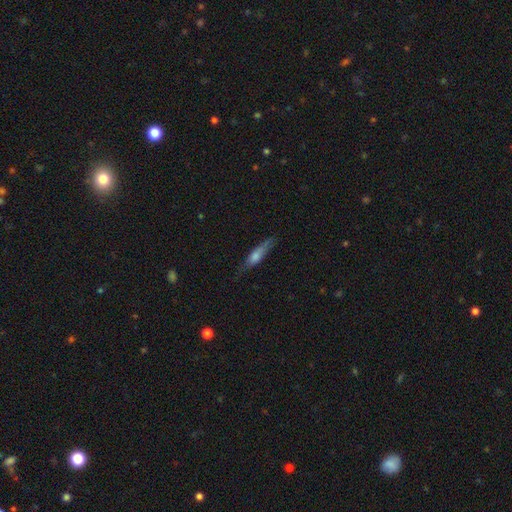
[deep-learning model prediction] Q: Smooth or featured?
A: smooth (52%); runner-up: featured or disk (40%)
Q: How rounded?
A: cigar-shaped (81%); runner-up: in between (17%)
Q: Merging?
A: none (71%); runner-up: minor disturbance (21%)